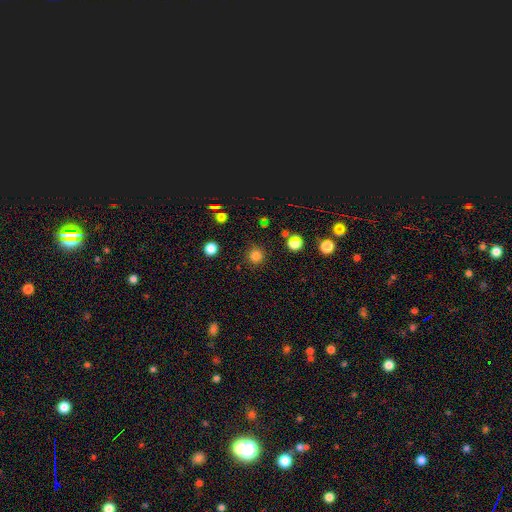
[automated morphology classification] Smooth or featured? smooth (80%)
How rounded? round (94%)
Merging? none (88%)